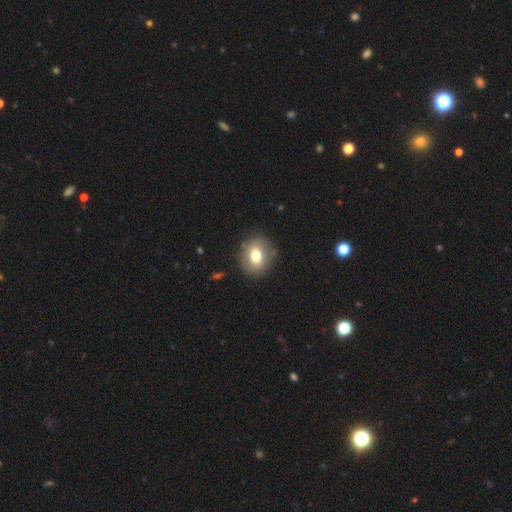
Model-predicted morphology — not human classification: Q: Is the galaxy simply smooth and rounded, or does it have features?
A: smooth — 73%.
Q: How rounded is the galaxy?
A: round — 61%.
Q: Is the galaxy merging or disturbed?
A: none — 85%.